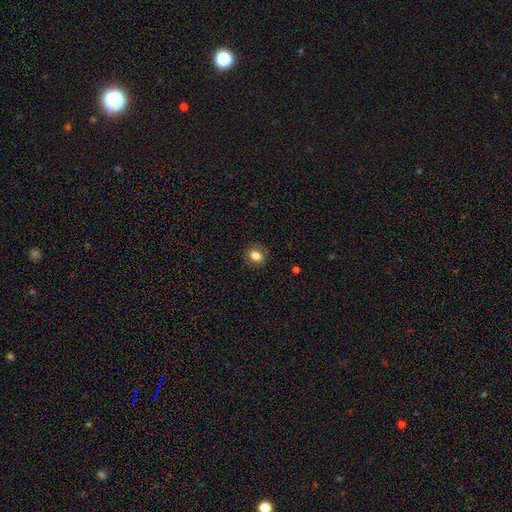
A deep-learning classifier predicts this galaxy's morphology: This is clearly a smooth galaxy (83%). How rounded: likely round (65%). Merging: clearly none (88%).